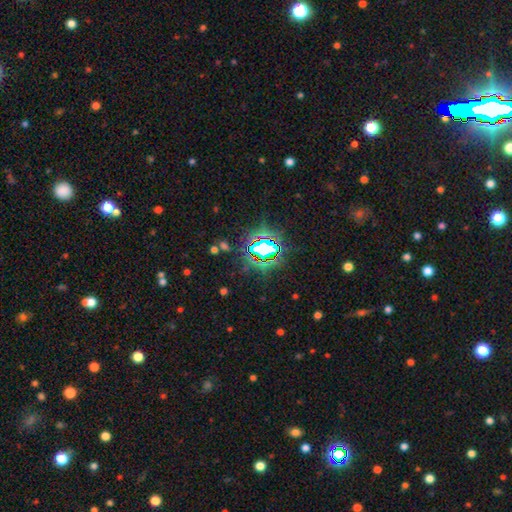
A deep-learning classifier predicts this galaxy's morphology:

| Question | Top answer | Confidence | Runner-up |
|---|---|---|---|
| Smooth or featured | star or artifact | 79% | smooth (12%) |